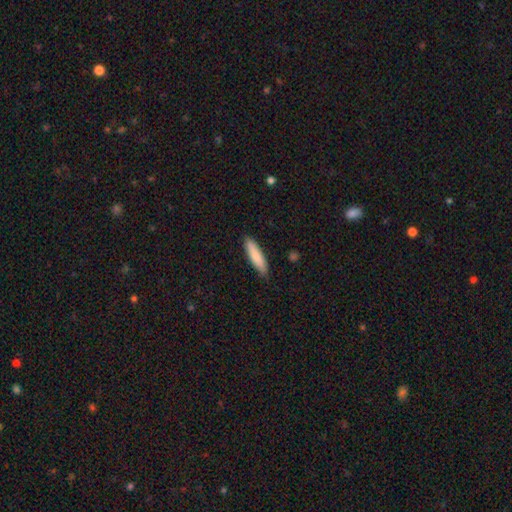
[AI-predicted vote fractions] smooth 85%, featured or disk 10%, star or artifact 5%. Down the decision tree: how rounded — cigar-shaped (76%); merging — none (87%).